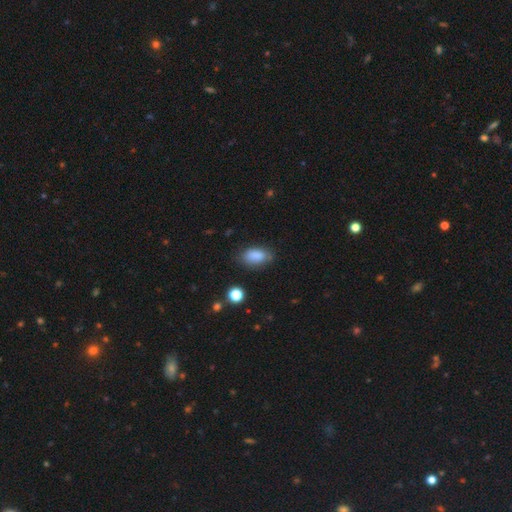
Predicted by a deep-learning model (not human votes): A smooth galaxy with no disk features (86%) that is in between round and cigar-shaped (91%). Merging: none (74%).